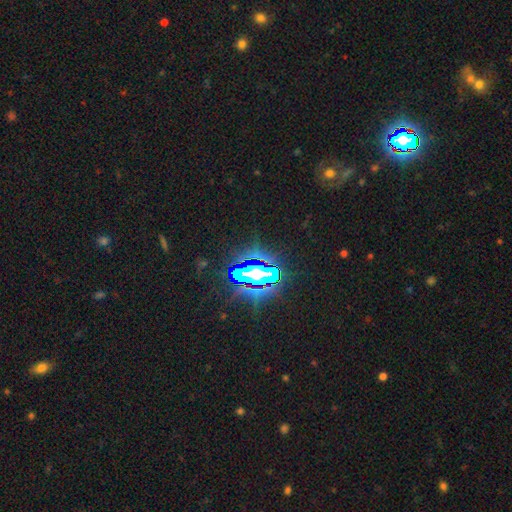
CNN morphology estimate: Smooth or featured? star or artifact (75%)